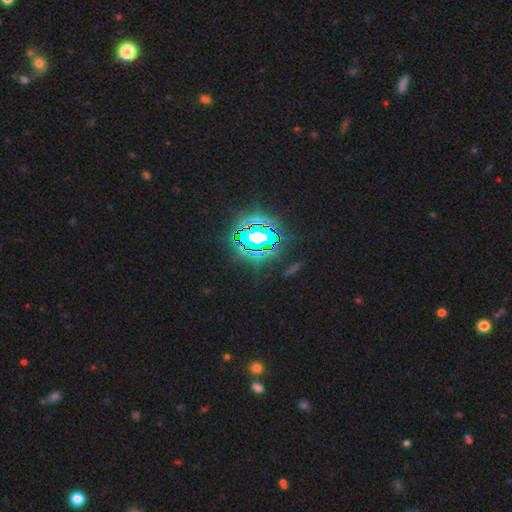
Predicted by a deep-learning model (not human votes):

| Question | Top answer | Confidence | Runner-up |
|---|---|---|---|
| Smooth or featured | star or artifact | 84% | smooth (10%) |